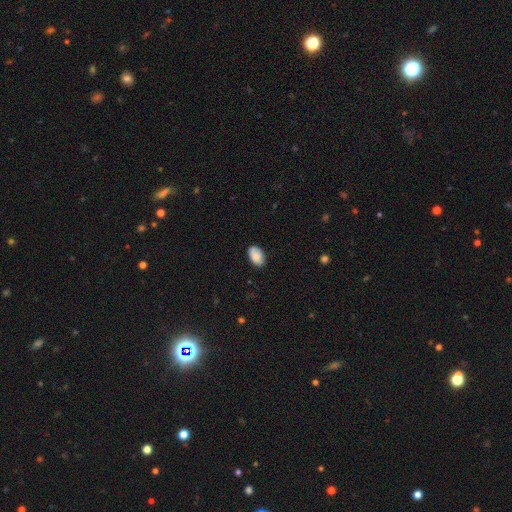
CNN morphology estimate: Smooth or featured? Predicted: smooth (p=0.85). How rounded? Predicted: in between (p=0.91). Merging? Predicted: none (p=0.80).